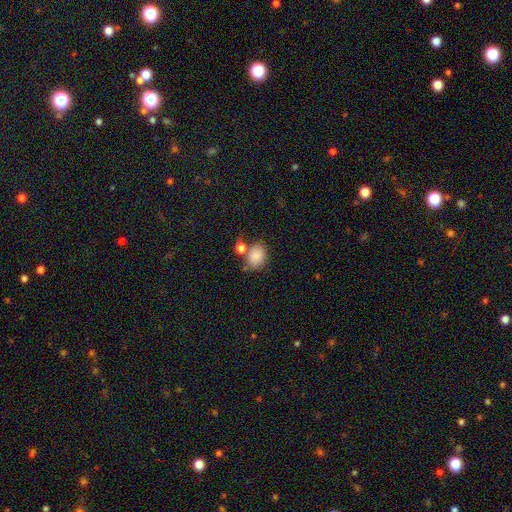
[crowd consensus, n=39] This is clearly a smooth galaxy (87%). How rounded: likely in between (65%). Merging: marginally none (33%).